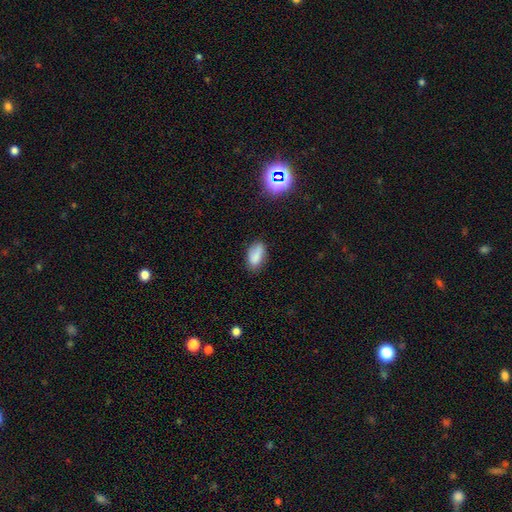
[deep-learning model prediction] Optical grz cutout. It shows a smooth galaxy with no disk features (82%) that is in between round and cigar-shaped (90%). Merging: none (70%).